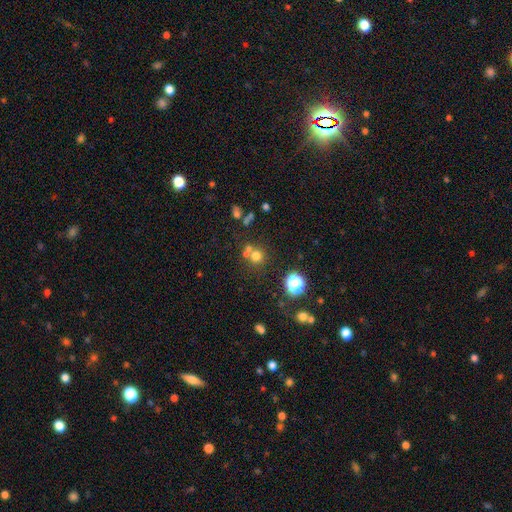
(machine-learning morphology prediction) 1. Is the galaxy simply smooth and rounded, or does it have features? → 66% smooth, 22% star or artifact, 11% featured or disk.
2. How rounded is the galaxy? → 89% round, 10% in between, 1% cigar-shaped.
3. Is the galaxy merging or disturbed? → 56% none, 31% merger, 8% minor disturbance, 4% major disturbance.